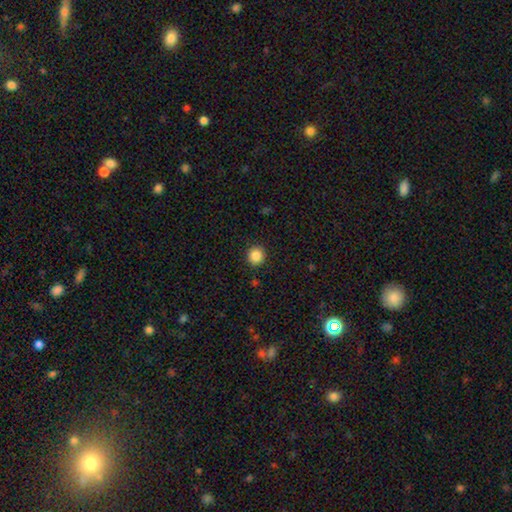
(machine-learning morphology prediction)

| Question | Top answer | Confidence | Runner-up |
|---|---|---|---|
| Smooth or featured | smooth | 86% | star or artifact (10%) |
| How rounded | round | 90% | in between (9%) |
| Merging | none | 91% | minor disturbance (6%) |